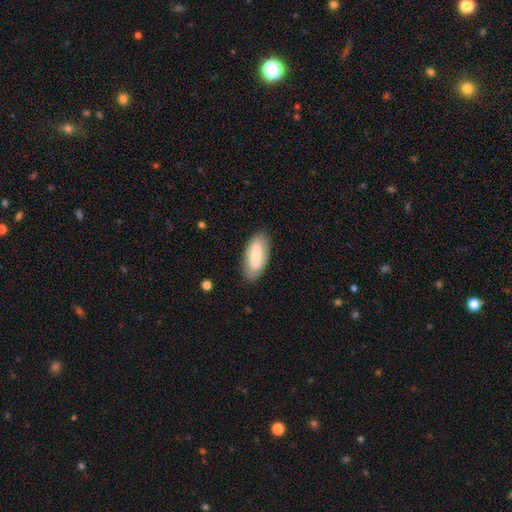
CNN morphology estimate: Smooth or featured: smooth — 63% (featured or disk — 31%)
How rounded: in between — 89% (cigar-shaped — 9%)
Merging: none — 83% (minor disturbance — 13%)